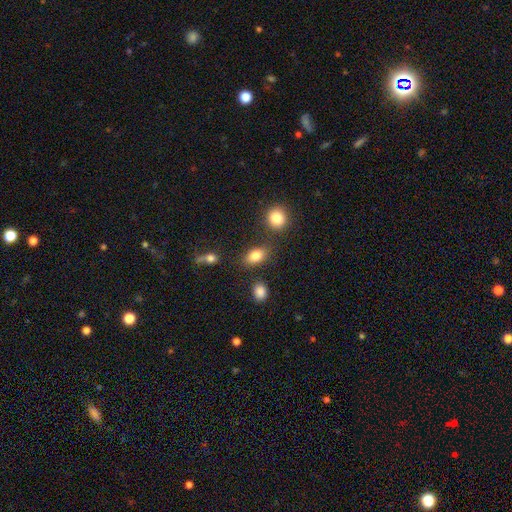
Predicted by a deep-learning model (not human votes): Smooth or featured?
  - smooth: 83% *
  - star or artifact: 10%
  - featured or disk: 8%
How rounded?
  - in between: 80% *
  - round: 18%
  - cigar-shaped: 2%
Merging?
  - none: 77% *
  - minor disturbance: 12%
  - merger: 7%
  - major disturbance: 4%